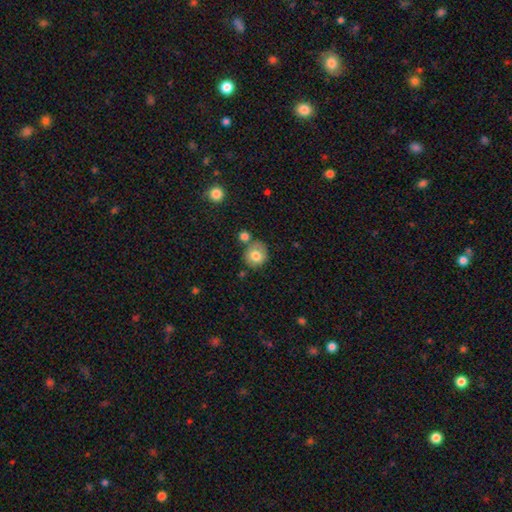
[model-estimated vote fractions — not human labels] Smooth or featured?
  - smooth: 77% *
  - featured or disk: 13%
  - star or artifact: 10%
How rounded?
  - round: 82% *
  - in between: 17%
  - cigar-shaped: 1%
Merging?
  - none: 66% *
  - minor disturbance: 15%
  - merger: 15%
  - major disturbance: 4%